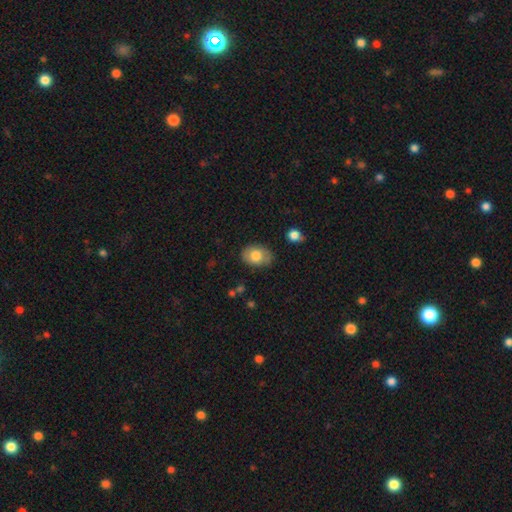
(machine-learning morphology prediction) A smooth galaxy with no disk features (77%) that is in between round and cigar-shaped (80%).

Vote fractions:
- Smooth or featured? smooth: 77% / featured or disk: 16% / star or artifact: 7%
- How rounded? in between: 80% / round: 19% / cigar-shaped: 1%
- Merging? none: 79% / minor disturbance: 16% / major disturbance: 3% / merger: 2%